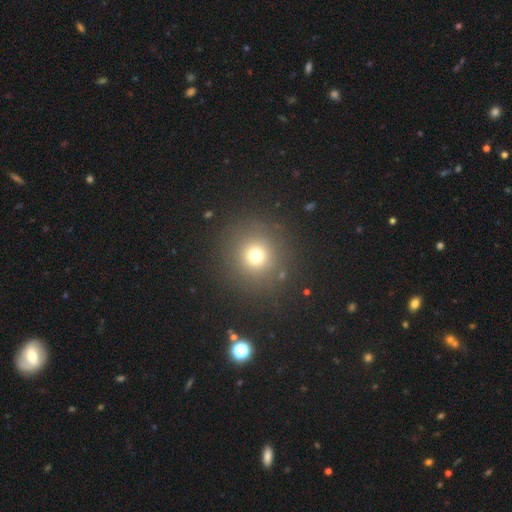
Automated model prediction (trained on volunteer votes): smooth_or_featured: smooth (p=0.71) [alt: star or artifact p=0.20]
how_rounded: round (p=0.93) [alt: in between p=0.06]
merging: none (p=0.87) [alt: minor disturbance p=0.07]